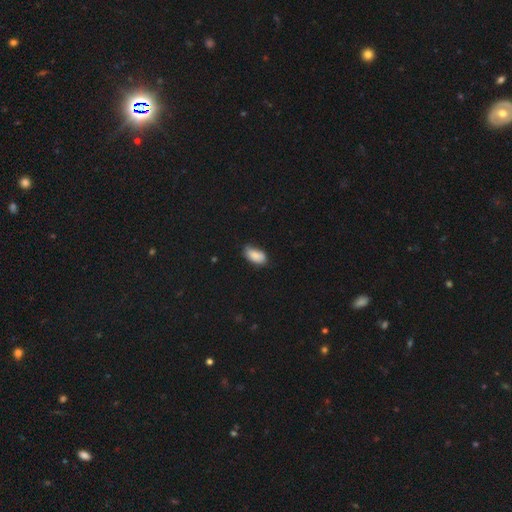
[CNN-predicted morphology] A smooth galaxy with no disk features (87%) that is in between round and cigar-shaped (93%).

Vote fractions:
- Smooth or featured? smooth: 87% / star or artifact: 7% / featured or disk: 6%
- How rounded? in between: 93% / cigar-shaped: 5% / round: 3%
- Merging? none: 64% / minor disturbance: 30% / major disturbance: 4% / merger: 2%